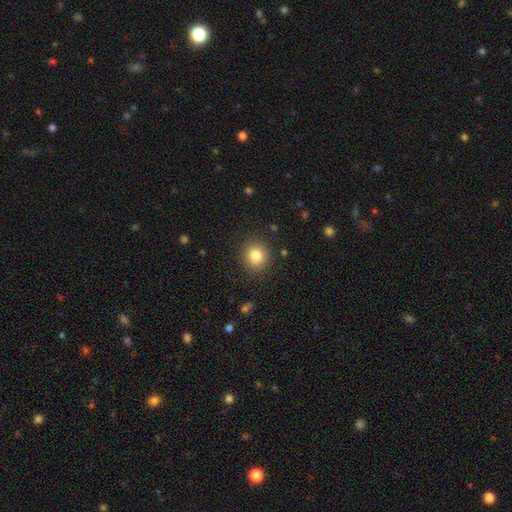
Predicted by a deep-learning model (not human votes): A smooth galaxy with no disk features (82%) that is round (86%).

Vote fractions:
- Smooth or featured? smooth: 82% / star or artifact: 11% / featured or disk: 7%
- How rounded? round: 86% / in between: 13% / cigar-shaped: 1%
- Merging? none: 88% / minor disturbance: 8% / major disturbance: 3% / merger: 1%